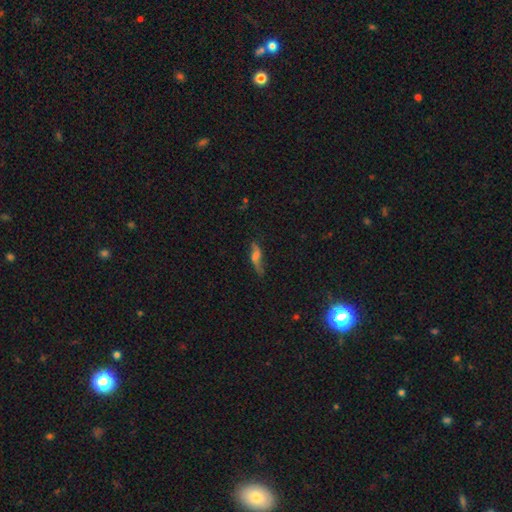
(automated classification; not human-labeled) smooth-or-featured: smooth: 55% | featured or disk: 33% | star or artifact: 11%
  how-rounded: cigar-shaped: 53% | in between: 43% | round: 3%
  merging: none: 49% | minor disturbance: 29% | major disturbance: 18% | merger: 4%